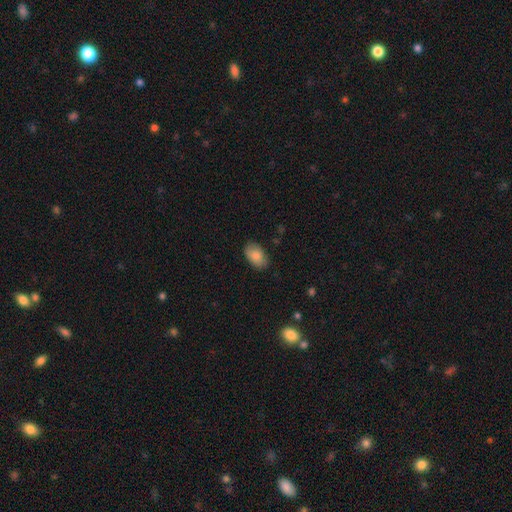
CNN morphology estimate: This is clearly a smooth galaxy (86%). How rounded: clearly in between (92%). Merging: clearly none (81%).